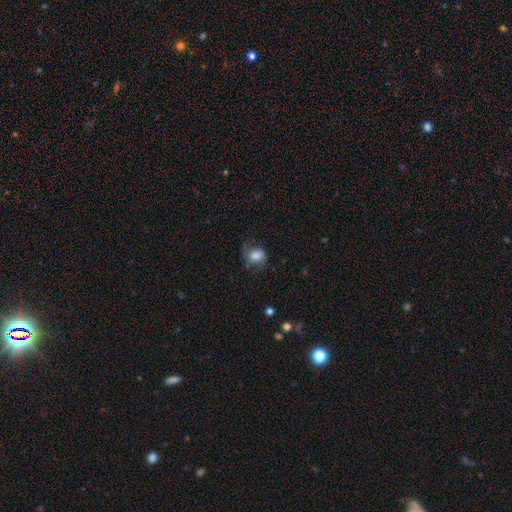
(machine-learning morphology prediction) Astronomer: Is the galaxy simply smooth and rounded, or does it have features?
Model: smooth — 69%.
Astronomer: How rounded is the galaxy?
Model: in between — 52% (runner-up: round, 47%).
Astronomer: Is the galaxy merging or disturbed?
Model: none — 51% (runner-up: minor disturbance, 27%).